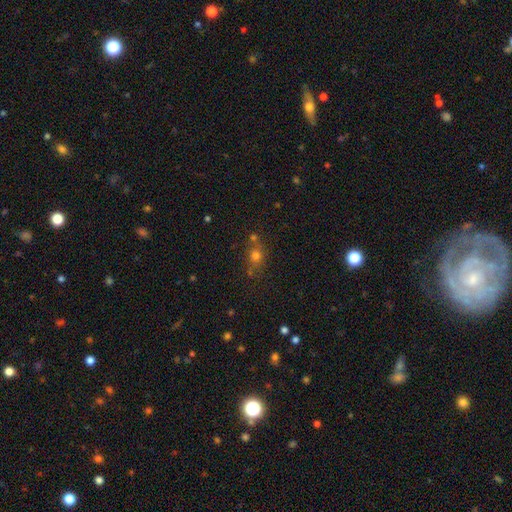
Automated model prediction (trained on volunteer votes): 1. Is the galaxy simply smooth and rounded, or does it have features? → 68% smooth, 20% star or artifact, 12% featured or disk.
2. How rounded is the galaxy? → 69% round, 28% in between, 2% cigar-shaped.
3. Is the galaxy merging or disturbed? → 63% none, 18% merger, 14% minor disturbance, 5% major disturbance.